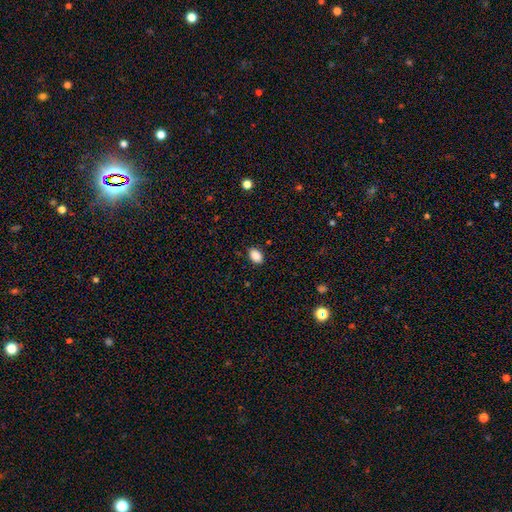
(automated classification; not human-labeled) Smooth or featured? Predicted: smooth (p=0.88). How rounded? Predicted: in between (p=0.84). Merging? Predicted: none (p=0.88).